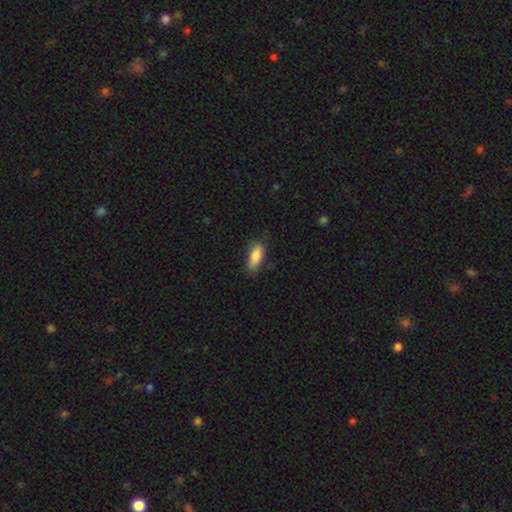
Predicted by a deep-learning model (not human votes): smooth-or-featured: smooth: 85% | featured or disk: 9% | star or artifact: 7%
  how-rounded: in between: 75% | cigar-shaped: 23% | round: 2%
  merging: none: 71% | minor disturbance: 23% | major disturbance: 5% | merger: 1%